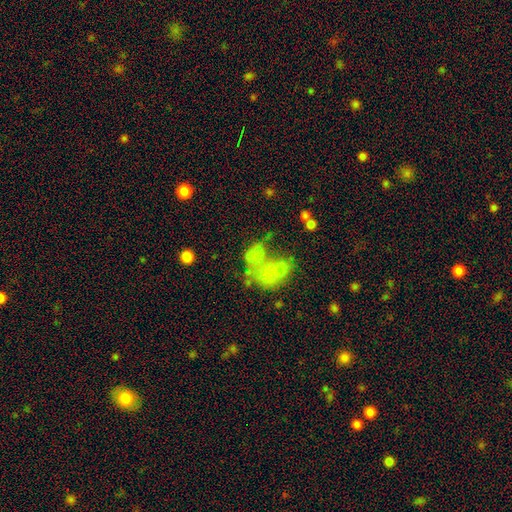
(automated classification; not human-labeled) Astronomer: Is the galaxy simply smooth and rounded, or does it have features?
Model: smooth — 58%.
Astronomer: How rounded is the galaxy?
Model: in between — 65%.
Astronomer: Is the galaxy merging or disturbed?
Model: merger — 56%.